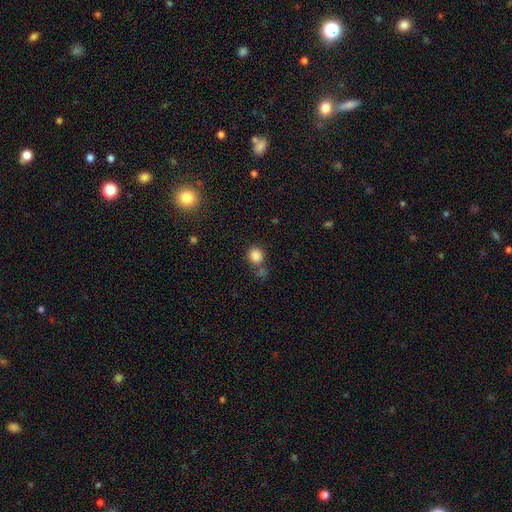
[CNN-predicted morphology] Smooth or featured: smooth — 85% (star or artifact — 11%)
How rounded: round — 82% (in between — 17%)
Merging: none — 64% (merger — 18%)